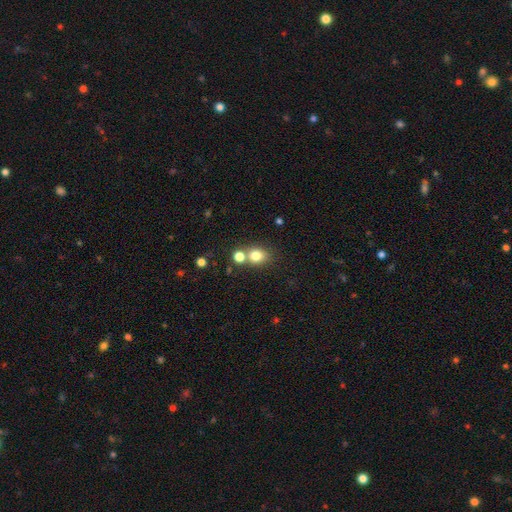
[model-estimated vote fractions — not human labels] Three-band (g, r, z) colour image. It shows a smooth galaxy with no disk features (78%) that is round (66%). Merging: none (58%).